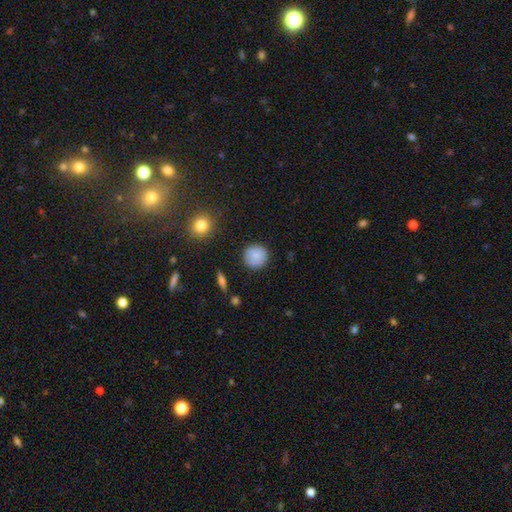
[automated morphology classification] This is clearly a smooth galaxy (82%). How rounded: clearly round (93%). Merging: clearly none (87%).